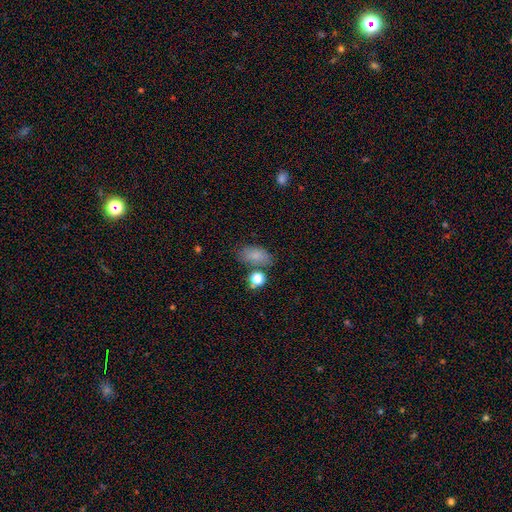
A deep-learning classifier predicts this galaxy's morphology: A smooth galaxy with no disk features (81%) that is in between round and cigar-shaped (89%).

Vote fractions:
- Smooth or featured? smooth: 81% / star or artifact: 11% / featured or disk: 9%
- How rounded? in between: 89% / round: 9% / cigar-shaped: 2%
- Merging? none: 67% / minor disturbance: 17% / merger: 9% / major disturbance: 6%